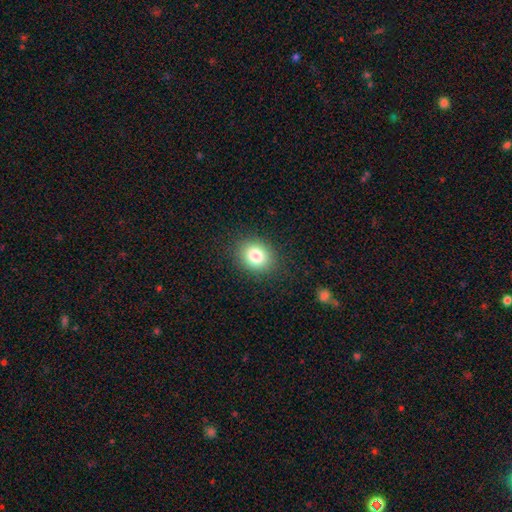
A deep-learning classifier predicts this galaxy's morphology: A smooth galaxy with no disk features (83%) that is round (61%).

Vote fractions:
- Smooth or featured? smooth: 83% / star or artifact: 10% / featured or disk: 7%
- How rounded? round: 61% / in between: 38% / cigar-shaped: 1%
- Merging? none: 88% / minor disturbance: 8% / major disturbance: 3% / merger: 1%